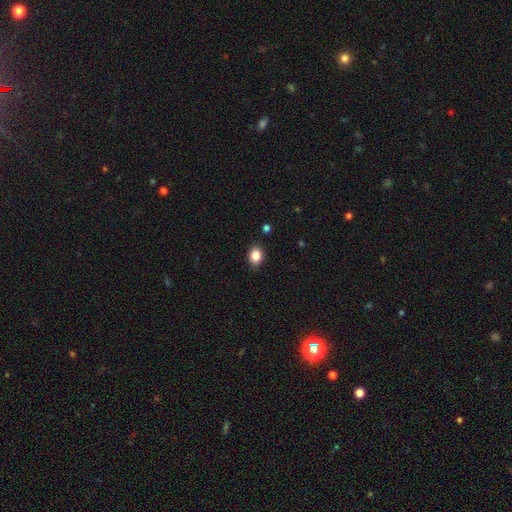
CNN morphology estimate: smooth_or_featured: smooth (p=0.86) [alt: star or artifact p=0.09]
how_rounded: in between (p=0.59) [alt: round p=0.40]
merging: none (p=0.87) [alt: minor disturbance p=0.09]